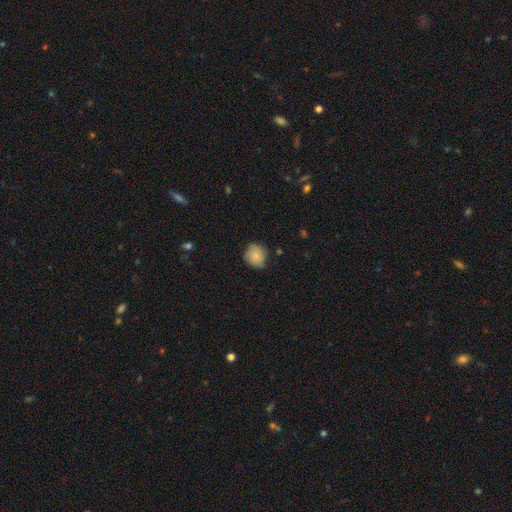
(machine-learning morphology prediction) smooth-or-featured: smooth: 83% | featured or disk: 9% | star or artifact: 8%
  how-rounded: round: 78% | in between: 21% | cigar-shaped: 1%
  merging: none: 76% | minor disturbance: 19% | major disturbance: 3% | merger: 1%